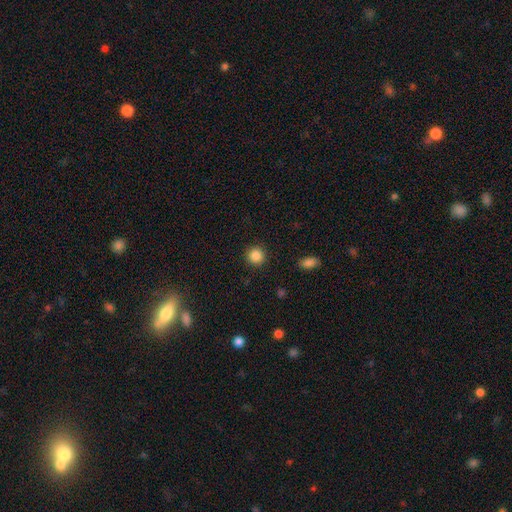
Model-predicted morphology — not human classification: smooth_or_featured: smooth (p=0.86) [alt: star or artifact p=0.10]
how_rounded: round (p=0.93) [alt: in between p=0.06]
merging: none (p=0.91) [alt: minor disturbance p=0.06]